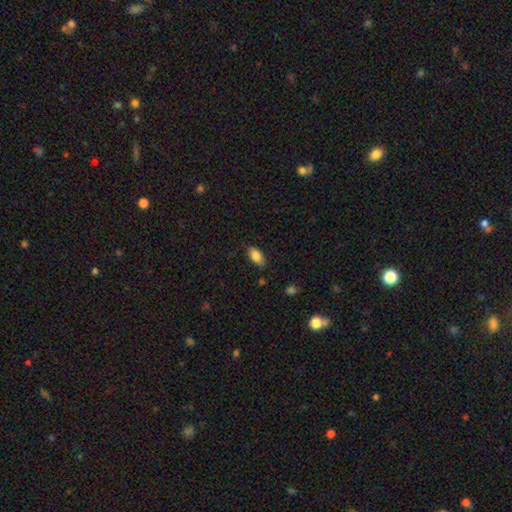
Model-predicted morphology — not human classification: smooth 86%, star or artifact 8%, featured or disk 6%. Down the decision tree: how rounded — in between (92%); merging — none (79%).